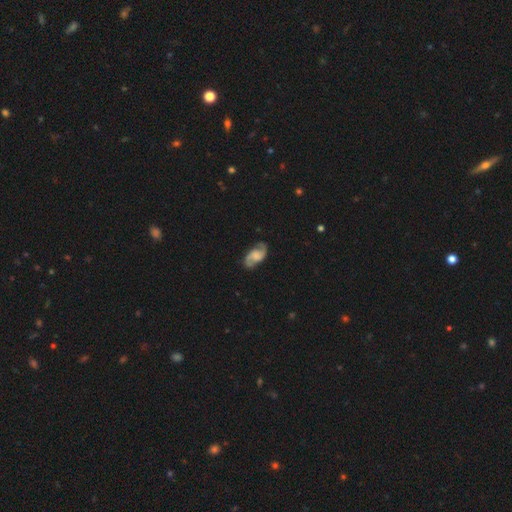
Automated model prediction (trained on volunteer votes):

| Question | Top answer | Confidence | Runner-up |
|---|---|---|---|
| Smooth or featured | featured or disk | 82% | smooth (12%) |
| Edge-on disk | no | 97% | yes (3%) |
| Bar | no | 51% | weak (39%) |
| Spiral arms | yes | 96% | no (4%) |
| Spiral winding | medium | 50% | loose (33%) |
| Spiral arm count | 2 | 93% | can't tell (3%) |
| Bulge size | none | 39% | small (23%) |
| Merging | none | 81% | minor disturbance (13%) |